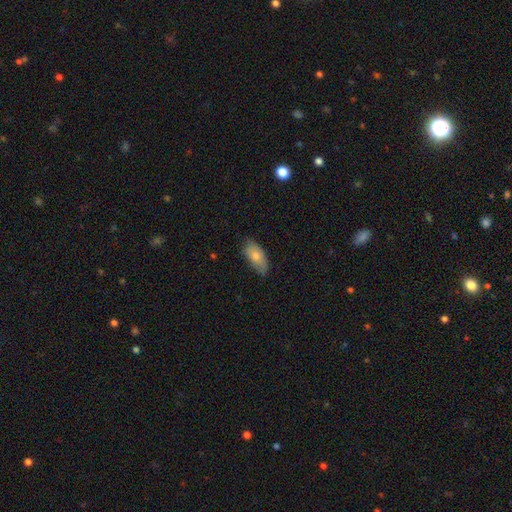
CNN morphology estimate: Q: Smooth or featured?
A: smooth (76%); runner-up: featured or disk (18%)
Q: How rounded?
A: in between (90%); runner-up: cigar-shaped (8%)
Q: Merging?
A: none (71%); runner-up: minor disturbance (24%)